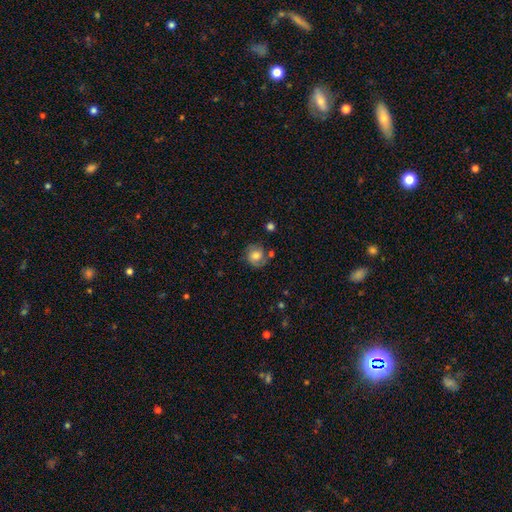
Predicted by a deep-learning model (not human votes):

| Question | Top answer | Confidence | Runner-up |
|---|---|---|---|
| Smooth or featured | smooth | 51% | featured or disk (40%) |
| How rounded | round | 81% | in between (18%) |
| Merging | none | 68% | minor disturbance (18%) |